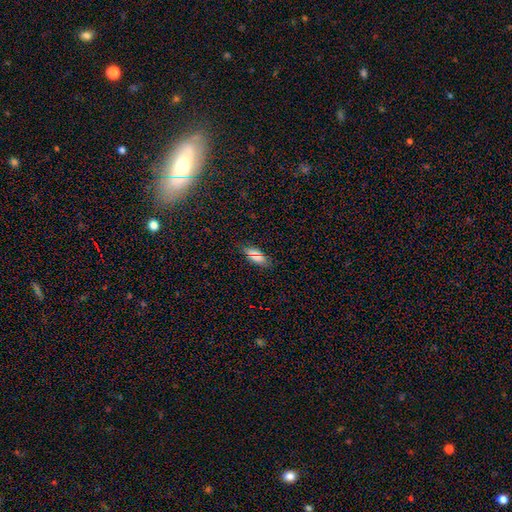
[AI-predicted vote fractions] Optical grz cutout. It shows a smooth galaxy with no disk features (73%) that is in between round and cigar-shaped (76%). Merging: none (86%).